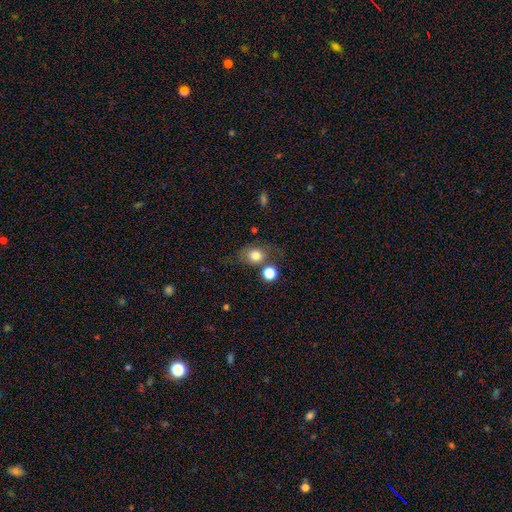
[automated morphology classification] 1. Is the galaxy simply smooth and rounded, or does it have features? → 79% smooth, 11% featured or disk, 10% star or artifact.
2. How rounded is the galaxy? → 64% round, 35% in between, 1% cigar-shaped.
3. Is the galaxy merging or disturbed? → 59% none, 17% minor disturbance, 16% merger, 8% major disturbance.